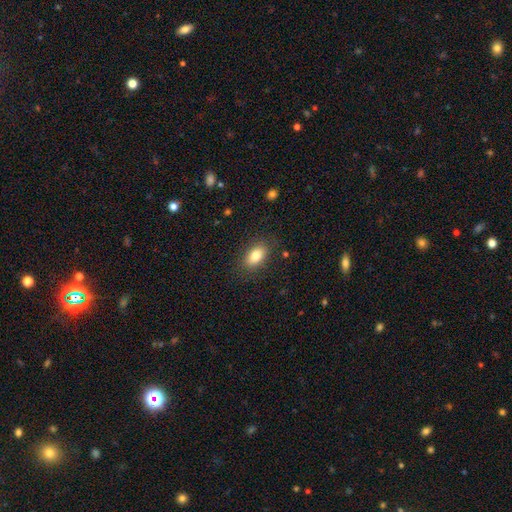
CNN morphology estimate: Smooth or featured?
  - smooth: 82% *
  - featured or disk: 10%
  - star or artifact: 8%
How rounded?
  - in between: 88% *
  - round: 8%
  - cigar-shaped: 3%
Merging?
  - none: 85% *
  - minor disturbance: 11%
  - major disturbance: 3%
  - merger: 1%